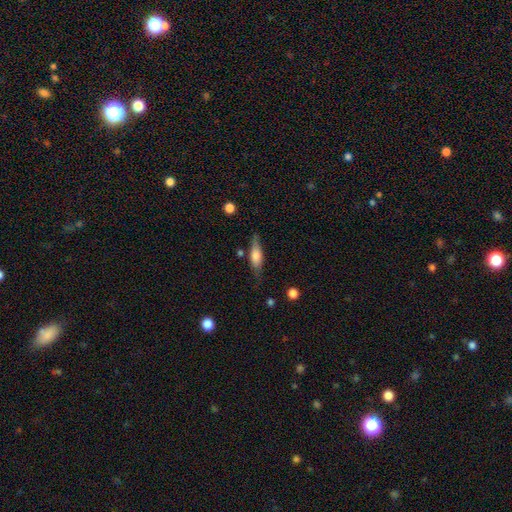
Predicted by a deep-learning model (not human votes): Q: Smooth or featured?
A: smooth (58%); runner-up: featured or disk (36%)
Q: How rounded?
A: in between (49%); runner-up: cigar-shaped (48%)
Q: Merging?
A: none (69%); runner-up: minor disturbance (22%)